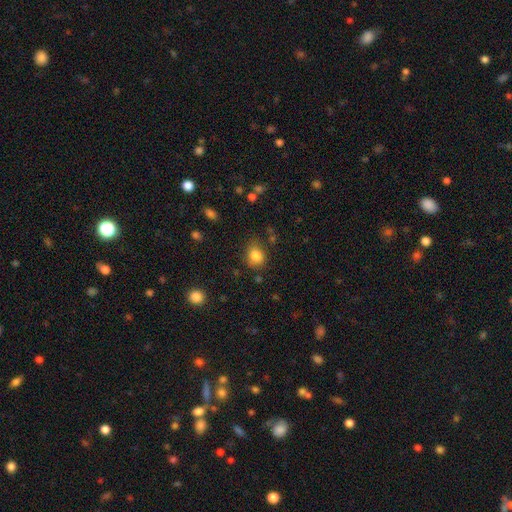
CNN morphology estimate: smooth-or-featured: smooth: 84% | star or artifact: 10% | featured or disk: 6%
  how-rounded: round: 60% | in between: 39% | cigar-shaped: 1%
  merging: none: 68% | minor disturbance: 22% | major disturbance: 7% | merger: 3%